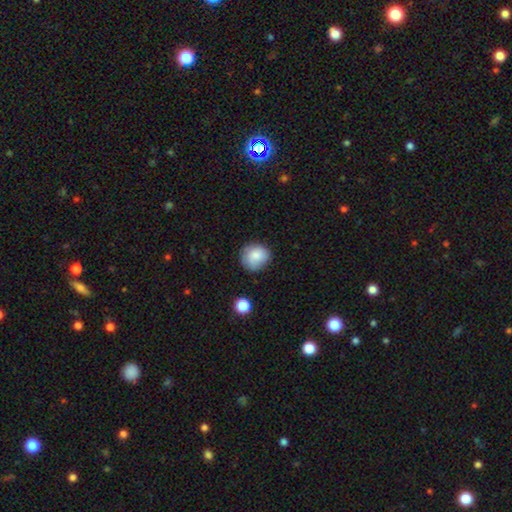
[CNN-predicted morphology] A smooth galaxy with no disk features (80%) that is round (83%). Merging: none (75%).